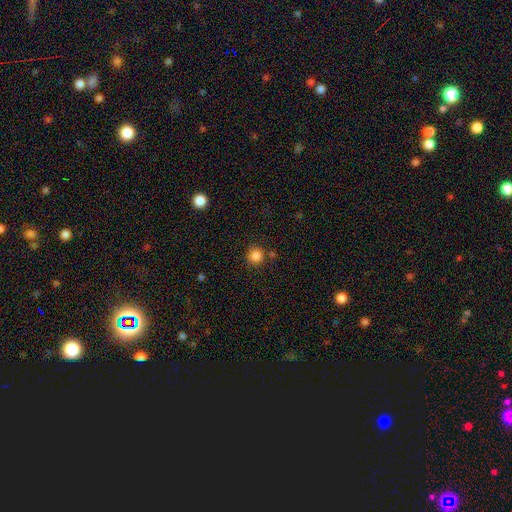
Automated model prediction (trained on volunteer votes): Smooth or featured? smooth (85%)
How rounded? round (94%)
Merging? none (83%)